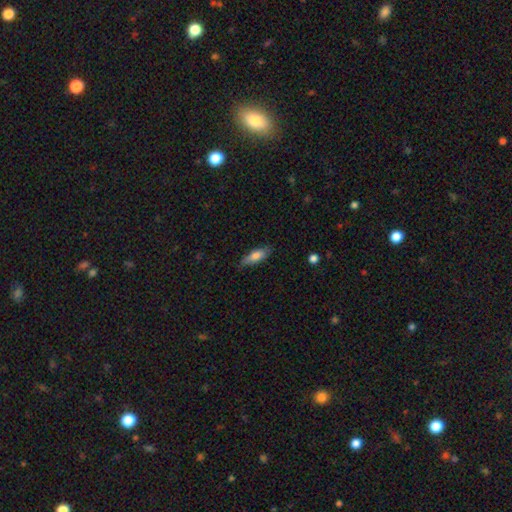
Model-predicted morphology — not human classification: This is likely a smooth galaxy (75%). How rounded: possibly in between (56%). Merging: clearly none (80%).